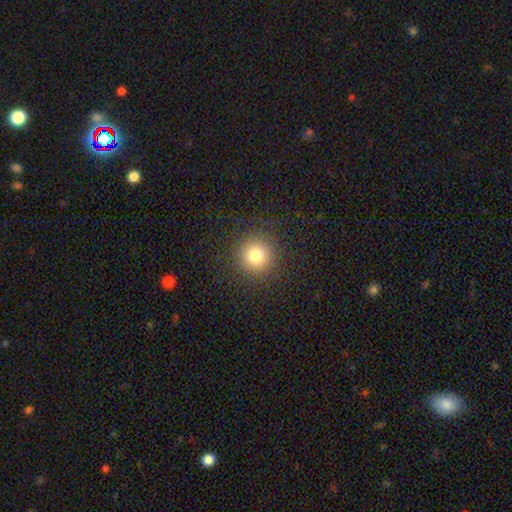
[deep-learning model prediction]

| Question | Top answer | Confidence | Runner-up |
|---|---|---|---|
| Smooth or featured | smooth | 78% | star or artifact (14%) |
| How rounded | round | 95% | in between (5%) |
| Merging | none | 90% | minor disturbance (6%) |